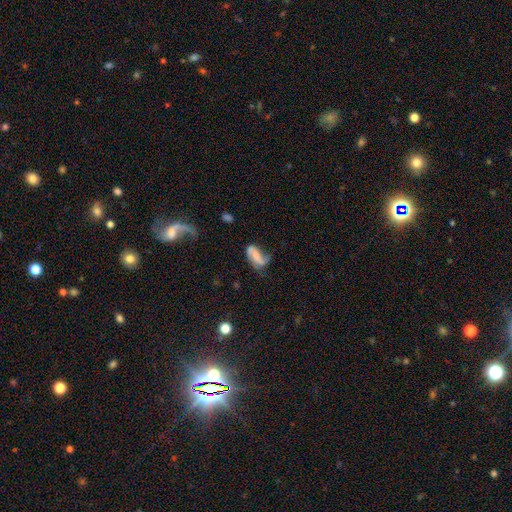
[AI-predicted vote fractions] Smooth or featured? Predicted: featured or disk (p=0.56). Edge-on disk? Predicted: no (p=0.95). Bar? Predicted: no (p=0.46). Spiral arms? Predicted: yes (p=0.76). Bulge size? Predicted: none (p=0.42). Merging? Predicted: none (p=0.34).